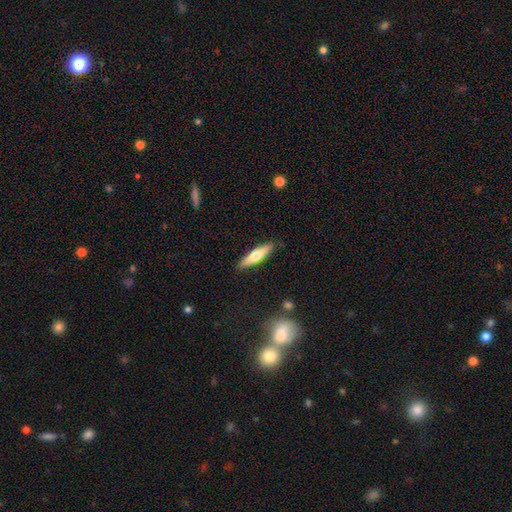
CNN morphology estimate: type=smooth (57%); roundness=cigar-shaped (79%); merging=none (88%).